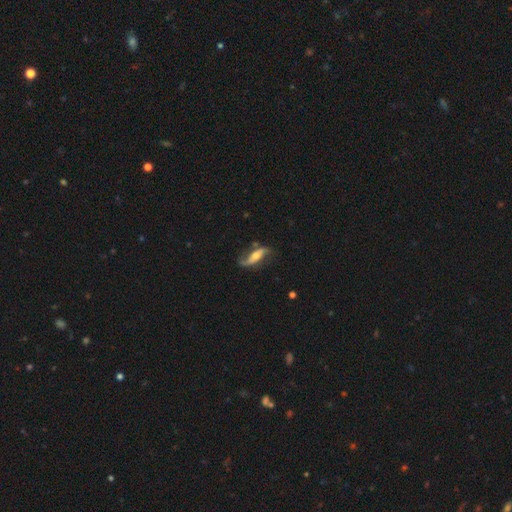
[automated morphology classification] A featured or disk galaxy (78%) with no bar (37%), 2 (87%) loose (72%) spiral arms (92%) and a moderate central bulge (56%). Merging: none (67%).